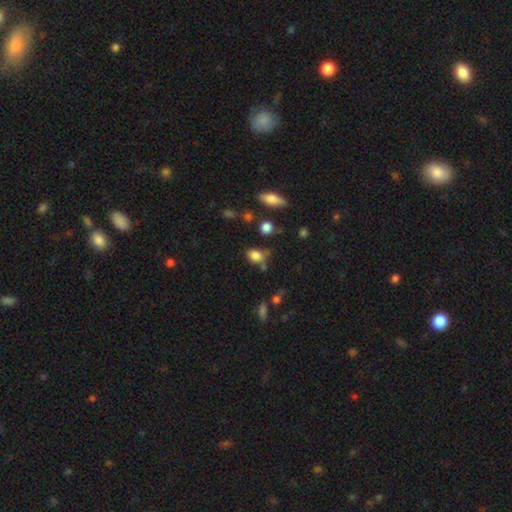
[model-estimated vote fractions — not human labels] Morphology: type=smooth (82%); roundness=in between (62%); merging=none (57%).